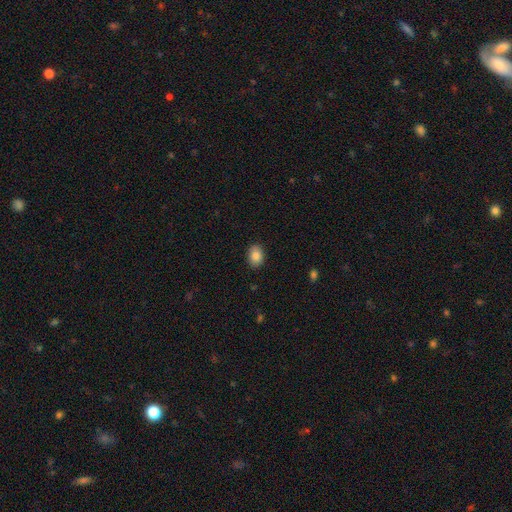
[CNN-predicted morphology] Smooth or featured? smooth (86%)
How rounded? in between (72%)
Merging? none (89%)